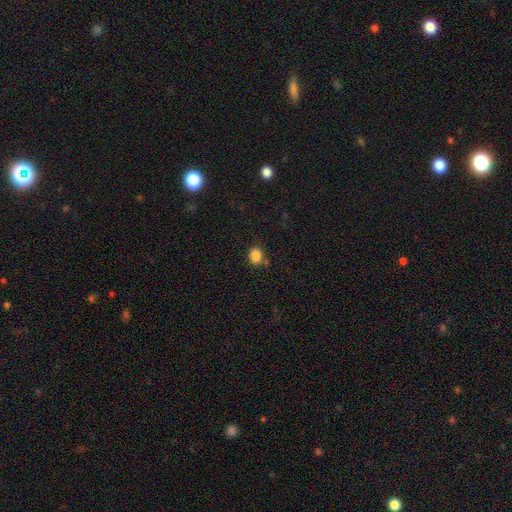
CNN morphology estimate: type=smooth (85%); roundness=round (55%); merging=none (77%).